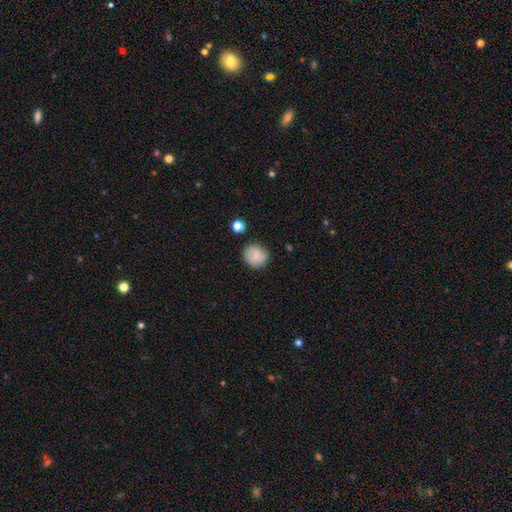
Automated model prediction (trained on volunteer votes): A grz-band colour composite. It shows a smooth galaxy with no disk features (79%) that is round (82%). Merging: none (83%).